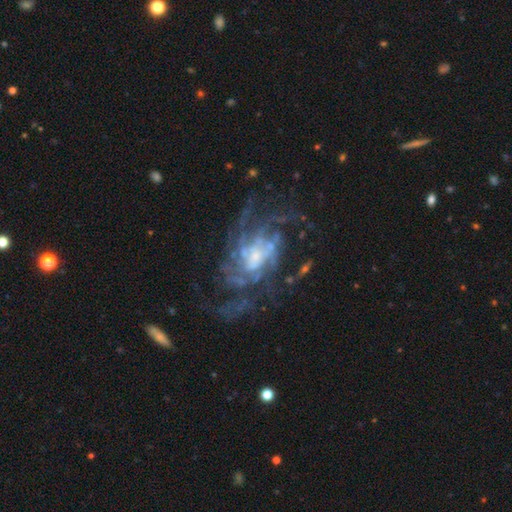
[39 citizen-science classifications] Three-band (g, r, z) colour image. It shows a featured or disk galaxy (92%) with no bar (60%), loose (35%) spiral arms (89%) and a small central bulge (43%). Merging: none (46%).